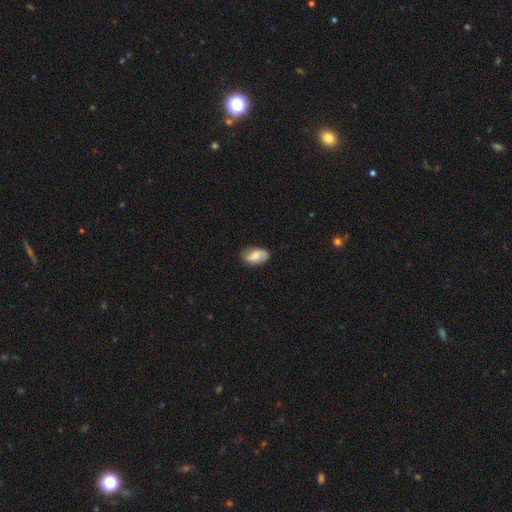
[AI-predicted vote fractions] smooth_or_featured: smooth (p=0.52) [alt: featured or disk p=0.41]
how_rounded: in between (p=0.91) [alt: round p=0.07]
merging: none (p=0.76) [alt: minor disturbance p=0.18]